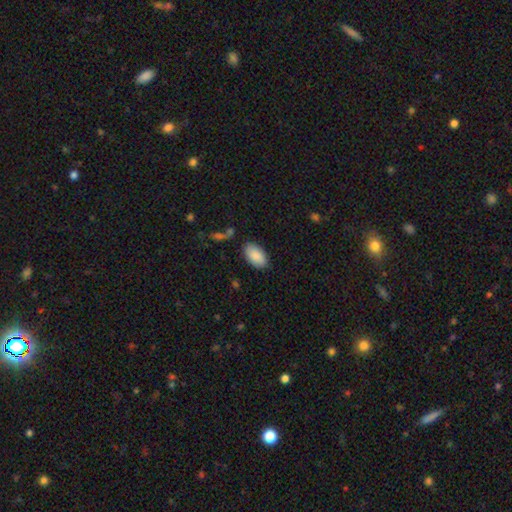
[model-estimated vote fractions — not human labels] smooth-or-featured: smooth: 89% | star or artifact: 6% | featured or disk: 5%
  how-rounded: in between: 95% | round: 3% | cigar-shaped: 2%
  merging: none: 83% | minor disturbance: 11% | major disturbance: 3% | merger: 2%